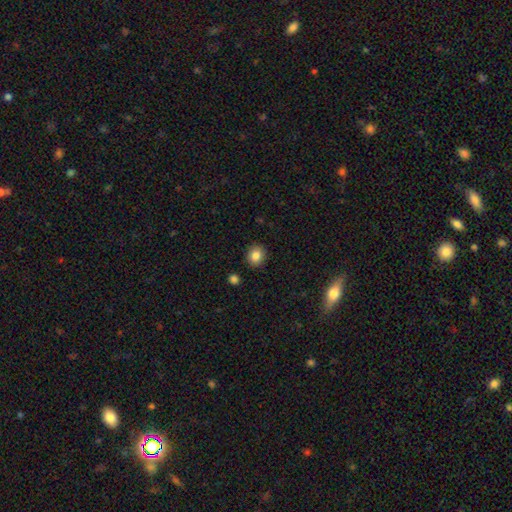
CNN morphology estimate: A smooth galaxy with no disk features (84%) that is round (78%). Merging: none (90%).